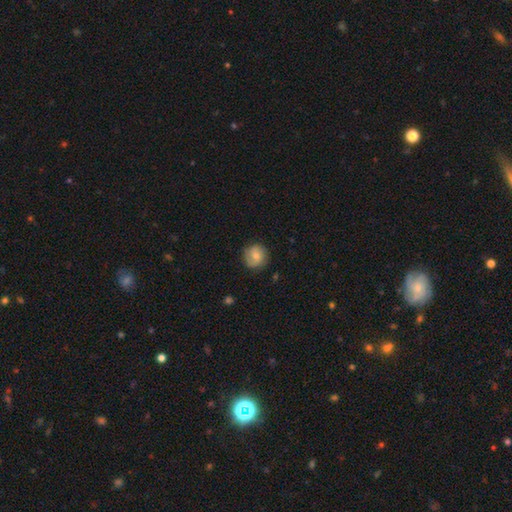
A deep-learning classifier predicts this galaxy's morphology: A smooth galaxy with no disk features (64%) that is round (90%). Merging: none (80%).